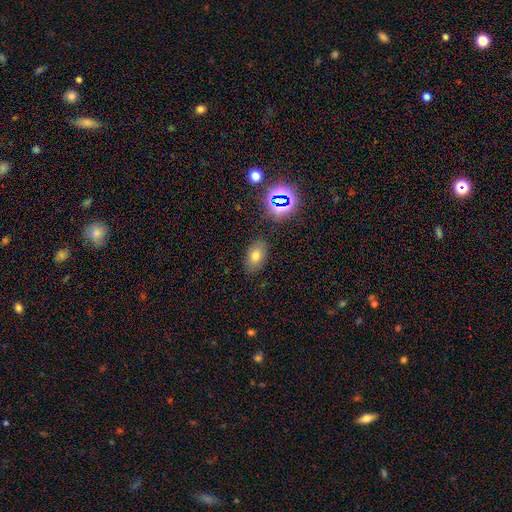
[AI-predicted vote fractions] This appears to be a smooth galaxy with no disk features (70%) that is in between round and cigar-shaped (86%). Merging: none (83%).